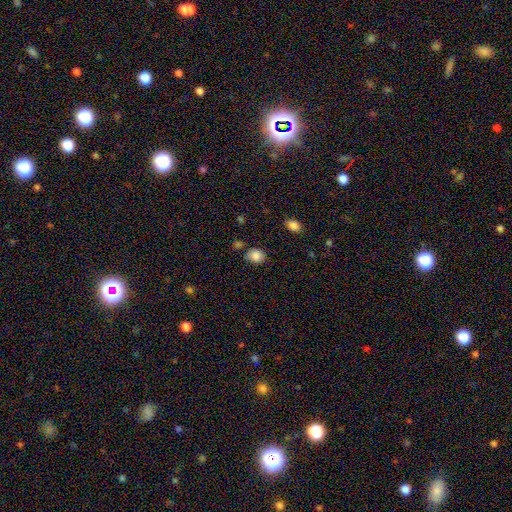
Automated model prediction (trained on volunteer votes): Smooth or featured?
  - smooth: 84% *
  - star or artifact: 9%
  - featured or disk: 7%
How rounded?
  - round: 52% *
  - in between: 47%
  - cigar-shaped: 1%
Merging?
  - none: 70% *
  - minor disturbance: 21%
  - merger: 5%
  - major disturbance: 4%